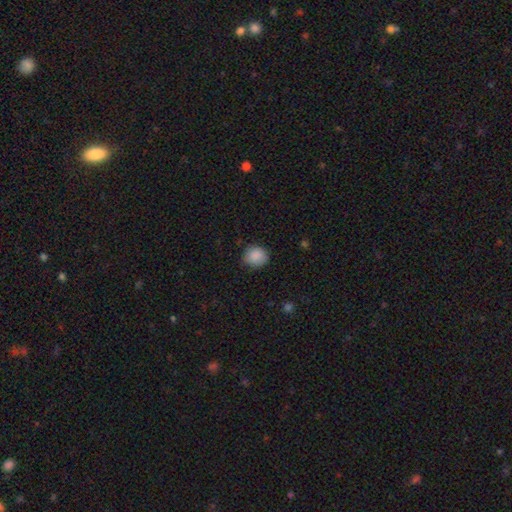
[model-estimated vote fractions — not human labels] This is clearly a smooth galaxy (88%). How rounded: likely round (79%). Merging: likely none (79%).